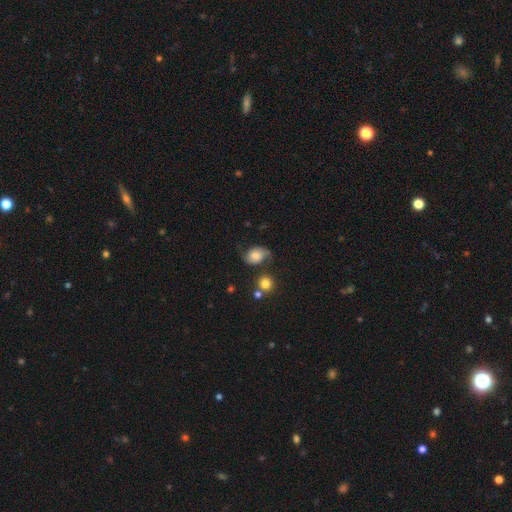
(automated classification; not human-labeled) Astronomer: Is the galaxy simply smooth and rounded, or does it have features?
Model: featured or disk — 48% (runner-up: smooth, 42%).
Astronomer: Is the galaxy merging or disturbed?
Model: none — 58%.